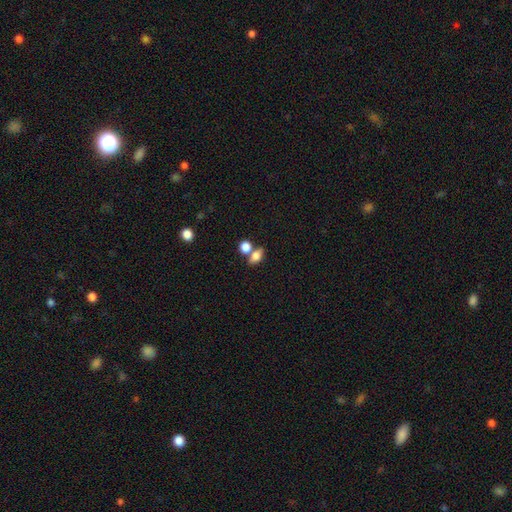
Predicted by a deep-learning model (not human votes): Morphology: type=smooth (76%); roundness=in between (74%); merging=none (49%).